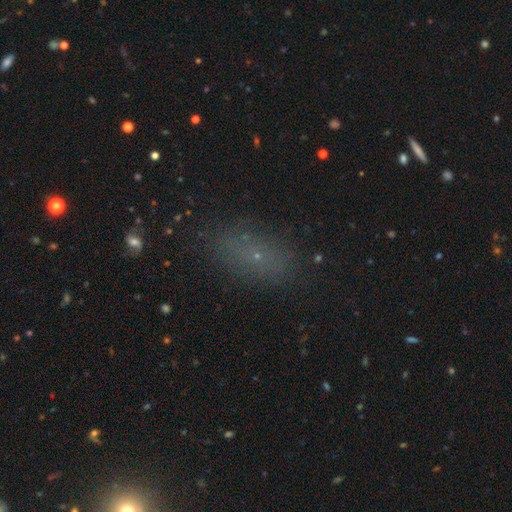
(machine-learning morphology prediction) This is possibly a smooth galaxy (60%). How rounded: clearly in between (81%). Merging: clearly none (82%).